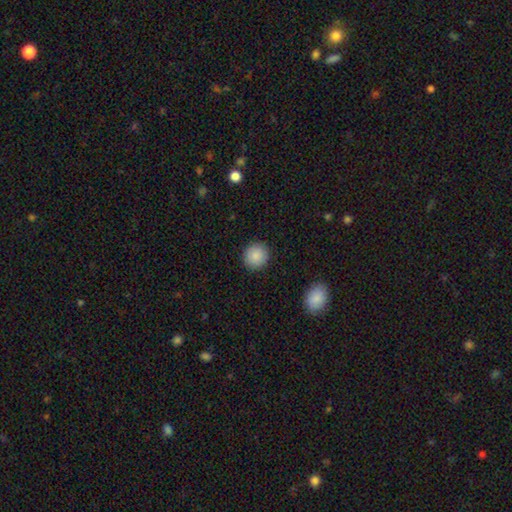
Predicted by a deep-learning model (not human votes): A smooth galaxy with no disk features (88%) that is round (91%). Merging: none (92%).